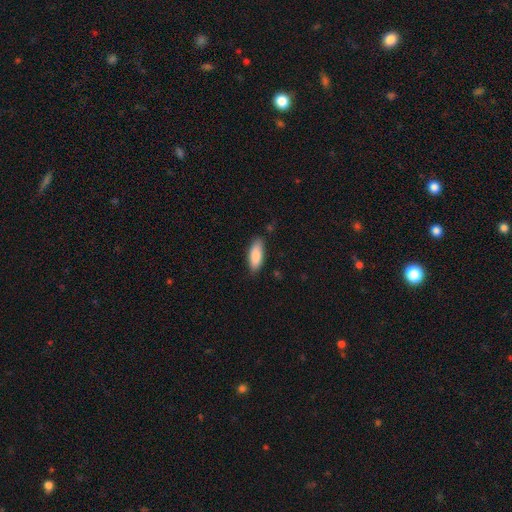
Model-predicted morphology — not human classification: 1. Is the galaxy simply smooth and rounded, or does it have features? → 86% smooth, 8% featured or disk, 6% star or artifact.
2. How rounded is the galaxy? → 72% in between, 26% cigar-shaped, 2% round.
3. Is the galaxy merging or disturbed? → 83% none, 13% minor disturbance, 2% major disturbance, 1% merger.